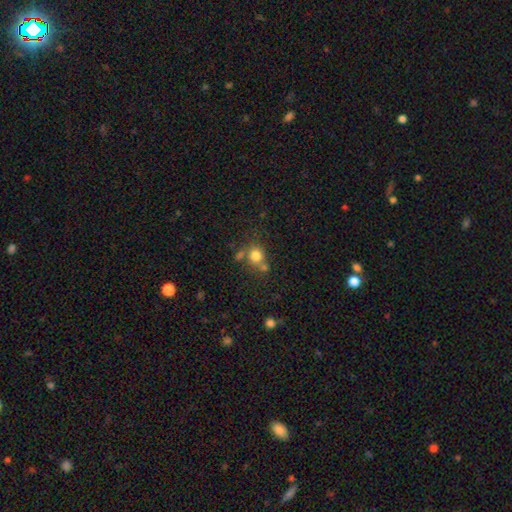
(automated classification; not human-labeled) This is likely a smooth galaxy (78%). How rounded: likely round (80%). Merging: possibly none (55%).